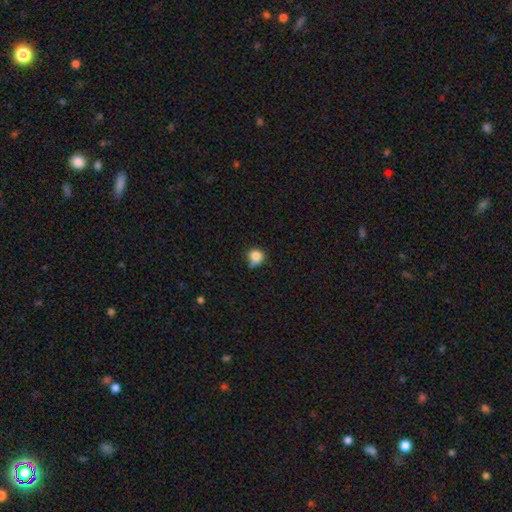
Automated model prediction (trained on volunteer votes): This is clearly a smooth galaxy (82%). How rounded: clearly round (81%). Merging: possibly none (47%).